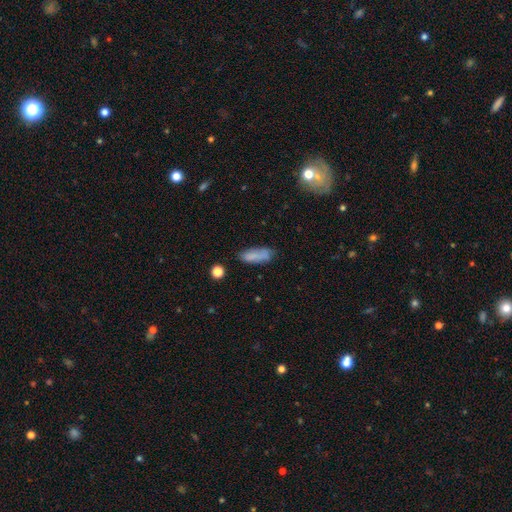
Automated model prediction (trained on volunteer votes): Overall: smooth (79%). How rounded: in between (59%; cigar-shaped 38%). Merging: none (64%; minor disturbance 25%).